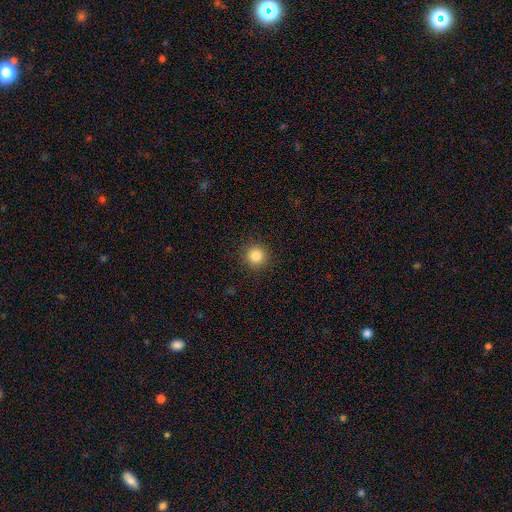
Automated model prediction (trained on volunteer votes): Smooth or featured? smooth (85%)
How rounded? round (94%)
Merging? none (91%)